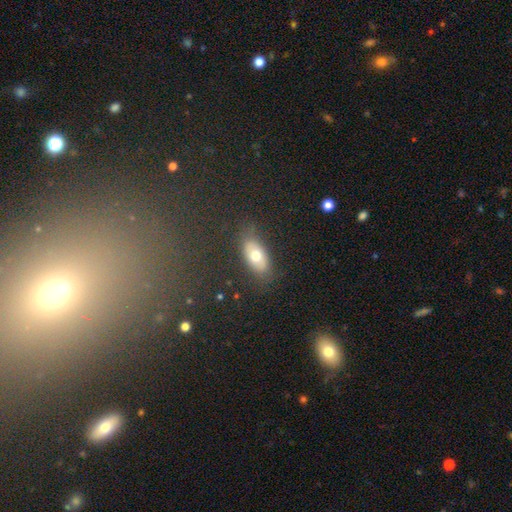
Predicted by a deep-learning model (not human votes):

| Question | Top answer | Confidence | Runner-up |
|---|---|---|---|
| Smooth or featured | smooth | 67% | featured or disk (24%) |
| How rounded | in between | 86% | cigar-shaped (8%) |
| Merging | none | 81% | minor disturbance (13%) |